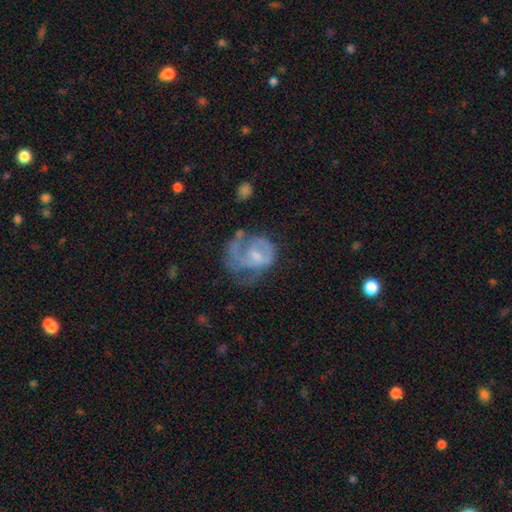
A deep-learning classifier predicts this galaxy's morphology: smooth_or_featured: featured or disk (p=0.63) [alt: smooth p=0.29]
disk_edge_on: no (p=0.98) [alt: yes p=0.02]
bar: no (p=0.54) [alt: weak p=0.39]
has_spiral_arms: yes (p=0.62) [alt: no p=0.38]
bulge_size: small (p=0.42) [alt: moderate p=0.36]
merging: major disturbance (p=0.42) [alt: none p=0.29]